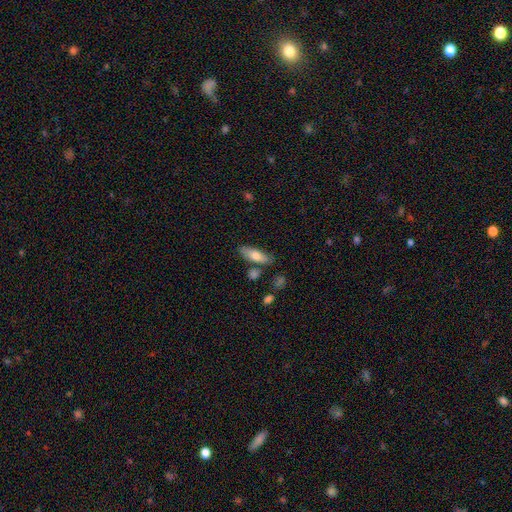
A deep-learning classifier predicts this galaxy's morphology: Q: Smooth or featured?
A: smooth (73%); runner-up: featured or disk (21%)
Q: How rounded?
A: in between (61%); runner-up: cigar-shaped (36%)
Q: Merging?
A: none (74%); runner-up: minor disturbance (15%)